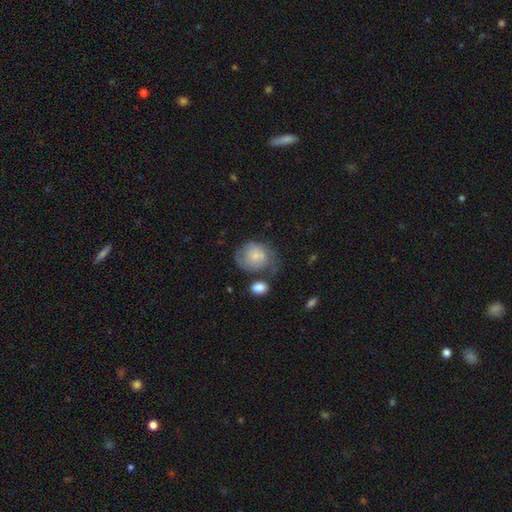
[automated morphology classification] The model was most divided on "smooth or featured": smooth: 53%, featured or disk: 40%, star or artifact: 7%. Remaining: how rounded — round (65%); merging — none (40%).